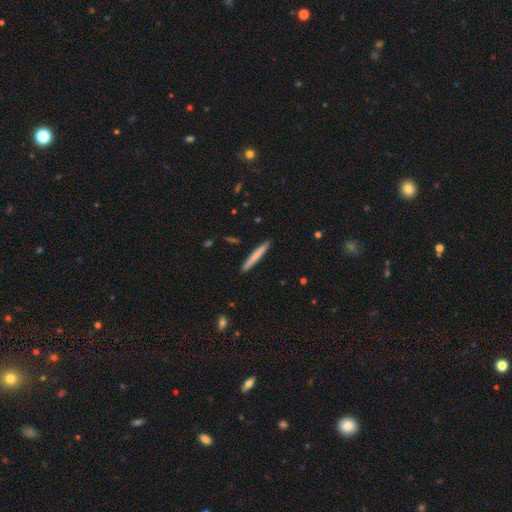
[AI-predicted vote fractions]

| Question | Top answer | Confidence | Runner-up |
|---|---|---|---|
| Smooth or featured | smooth | 67% | featured or disk (28%) |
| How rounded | cigar-shaped | 97% | in between (2%) |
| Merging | none | 92% | minor disturbance (6%) |